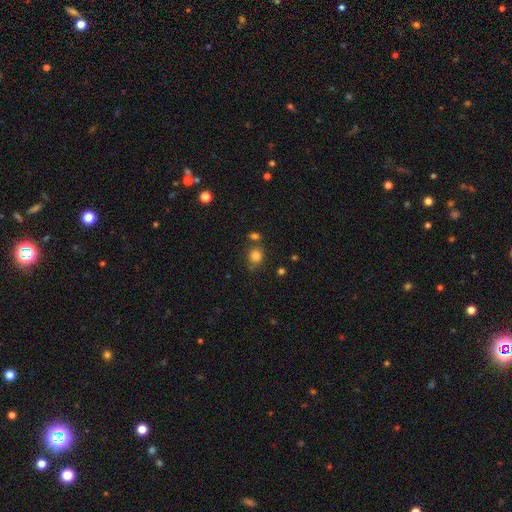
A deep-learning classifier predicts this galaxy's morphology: This appears to be a smooth galaxy with no disk features (83%) that is round (72%). Merging: none (66%).